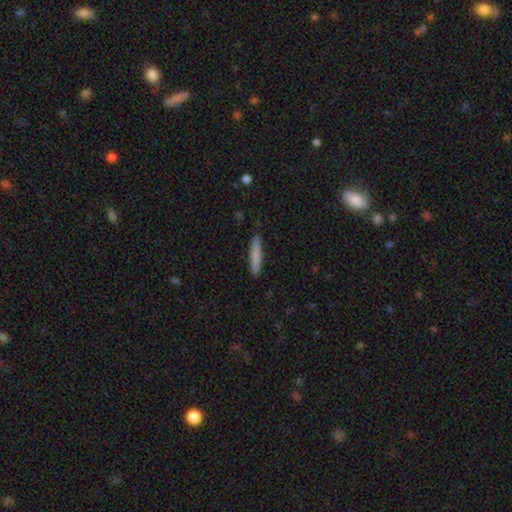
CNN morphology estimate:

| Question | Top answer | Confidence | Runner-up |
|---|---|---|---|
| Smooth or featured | smooth | 81% | featured or disk (13%) |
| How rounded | cigar-shaped | 92% | in between (7%) |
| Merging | none | 90% | minor disturbance (8%) |